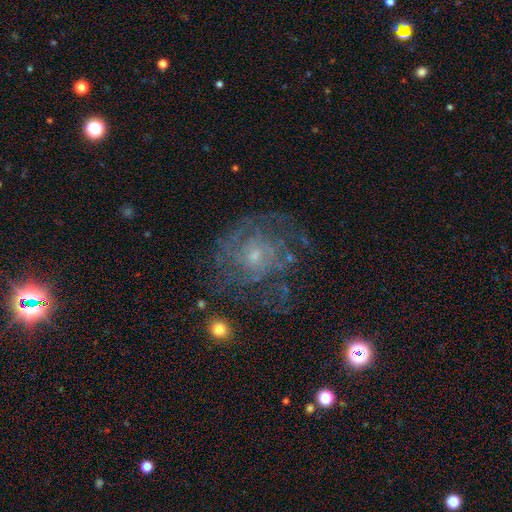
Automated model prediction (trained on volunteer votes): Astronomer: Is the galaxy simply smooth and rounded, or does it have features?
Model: featured or disk — 78%.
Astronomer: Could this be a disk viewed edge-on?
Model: no — 98%.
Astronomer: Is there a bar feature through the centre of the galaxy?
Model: no — 76%.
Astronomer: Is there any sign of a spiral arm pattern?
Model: yes — 87%.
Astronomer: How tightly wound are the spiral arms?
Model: tight — 61%.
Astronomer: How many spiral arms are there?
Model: can't tell — 46%.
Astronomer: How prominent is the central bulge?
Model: small — 67%.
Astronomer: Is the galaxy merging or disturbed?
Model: none — 67%.